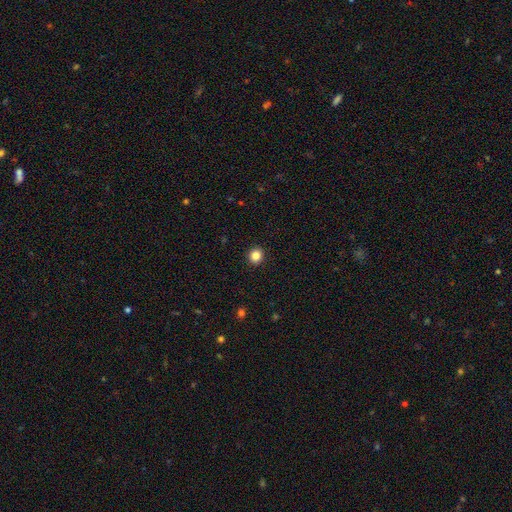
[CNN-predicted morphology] This appears to be a smooth galaxy with no disk features (85%) that is round (86%). Merging: none (93%).